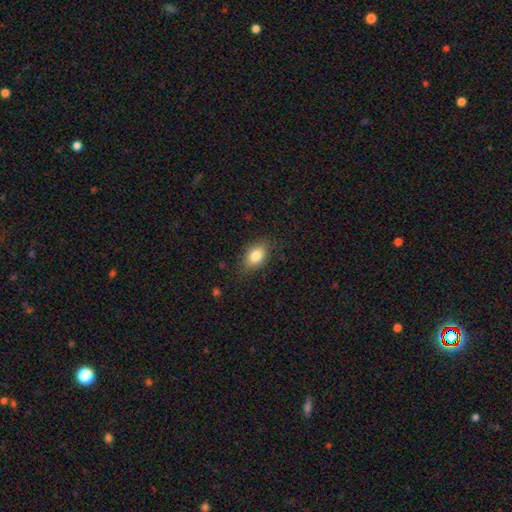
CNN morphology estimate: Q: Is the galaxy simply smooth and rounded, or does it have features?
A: smooth — 82%.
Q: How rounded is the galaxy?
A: in between — 86%.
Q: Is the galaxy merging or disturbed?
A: none — 81%.